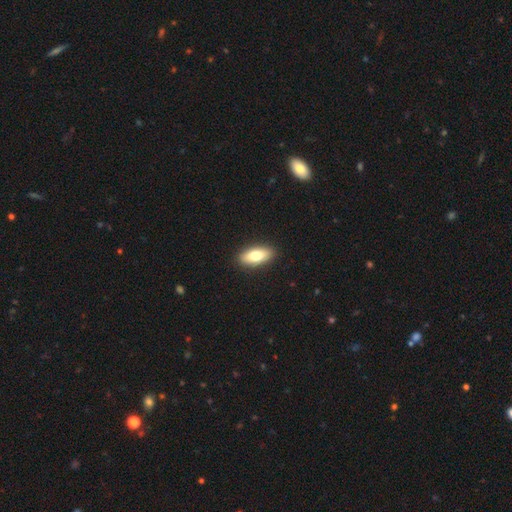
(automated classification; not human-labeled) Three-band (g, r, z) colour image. It shows a smooth galaxy with no disk features (78%) that is in between round and cigar-shaped (83%). Merging: none (90%).